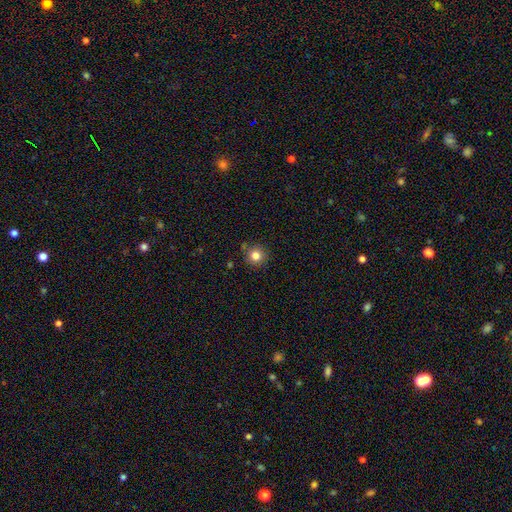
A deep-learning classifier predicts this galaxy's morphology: This appears to be a smooth galaxy with no disk features (82%) that is round (94%). Merging: none (85%).